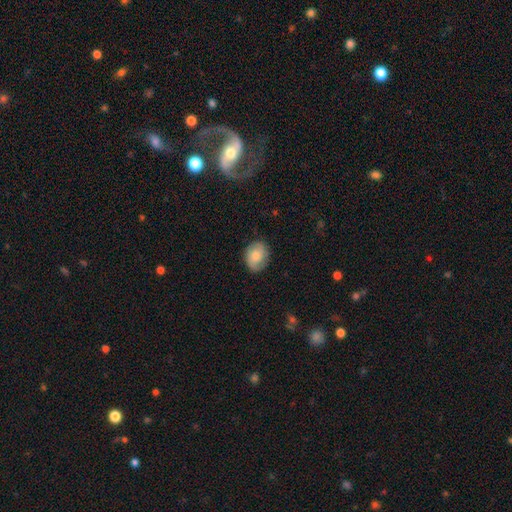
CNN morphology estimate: Smooth or featured? smooth (70%)
How rounded? in between (53%)
Merging? none (79%)